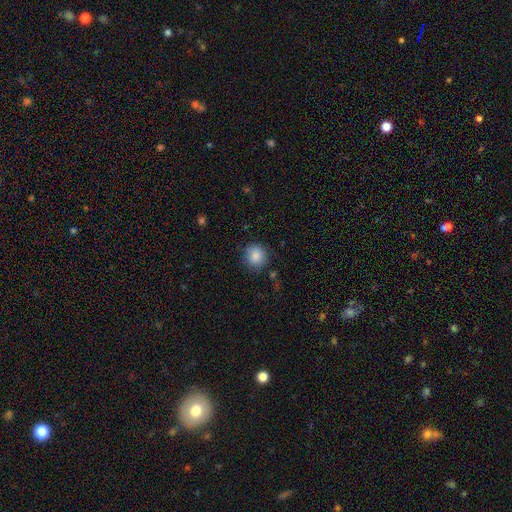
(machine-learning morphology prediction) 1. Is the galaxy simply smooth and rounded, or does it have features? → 86% smooth, 9% star or artifact, 5% featured or disk.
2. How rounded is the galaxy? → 87% round, 12% in between, 1% cigar-shaped.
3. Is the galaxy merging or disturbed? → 84% none, 12% minor disturbance, 3% major disturbance, 2% merger.